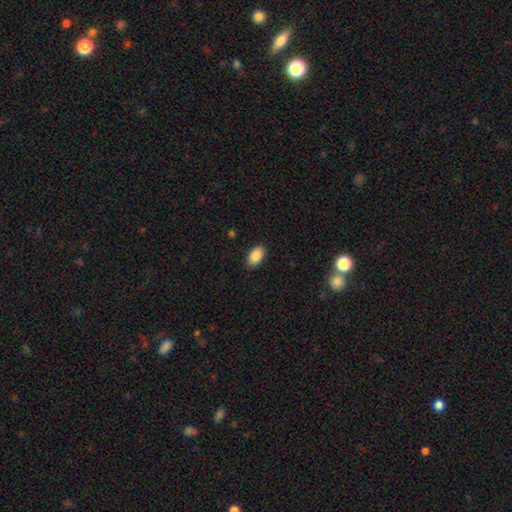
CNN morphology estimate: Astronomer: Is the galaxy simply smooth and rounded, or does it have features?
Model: smooth — 90%.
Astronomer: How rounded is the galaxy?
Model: in between — 94%.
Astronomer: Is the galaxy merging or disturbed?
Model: none — 88%.